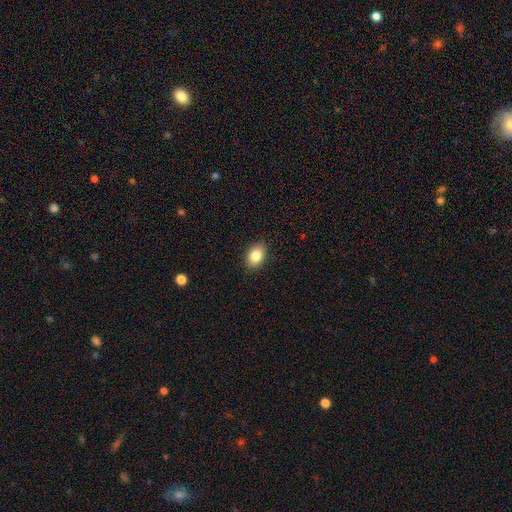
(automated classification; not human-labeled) smooth-or-featured: smooth: 85% | star or artifact: 8% | featured or disk: 7%
  how-rounded: in between: 78% | round: 21% | cigar-shaped: 1%
  merging: none: 89% | minor disturbance: 8% | major disturbance: 2% | merger: 1%